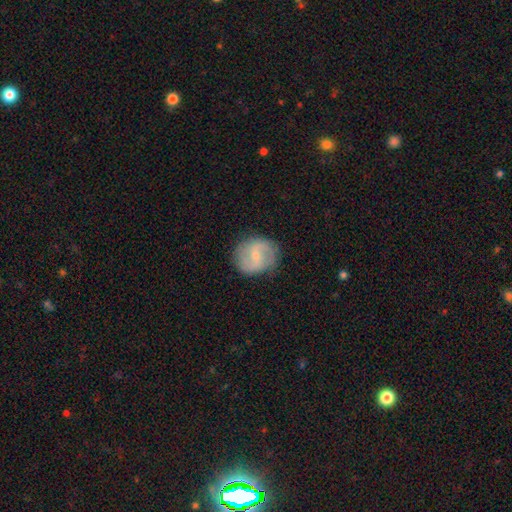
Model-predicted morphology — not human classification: This appears to be a featured or disk galaxy (68%) with a weak bar (56%), 2 (88%) medium (47%) spiral arms (90%) and a small central bulge (64%). Merging: none (83%).